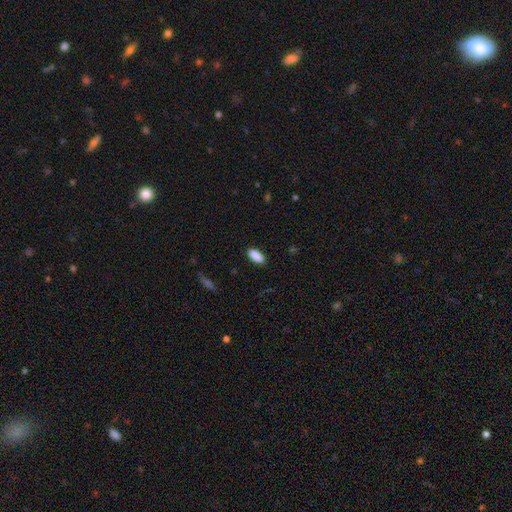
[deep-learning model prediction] Smooth or featured? smooth (89%)
How rounded? in between (80%)
Merging? none (87%)